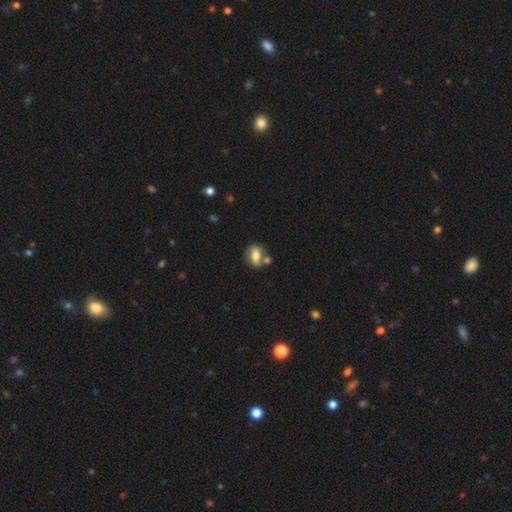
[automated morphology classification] Smooth or featured: smooth — 68% (featured or disk — 23%)
How rounded: in between — 74% (round — 21%)
Merging: none — 54% (merger — 24%)